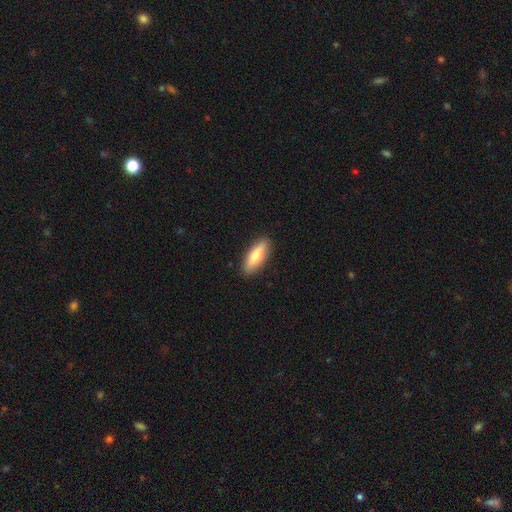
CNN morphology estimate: smooth-or-featured: smooth: 67% | featured or disk: 27% | star or artifact: 6%
  how-rounded: in between: 52% | cigar-shaped: 46% | round: 2%
  merging: none: 89% | minor disturbance: 8% | major disturbance: 2% | merger: 1%